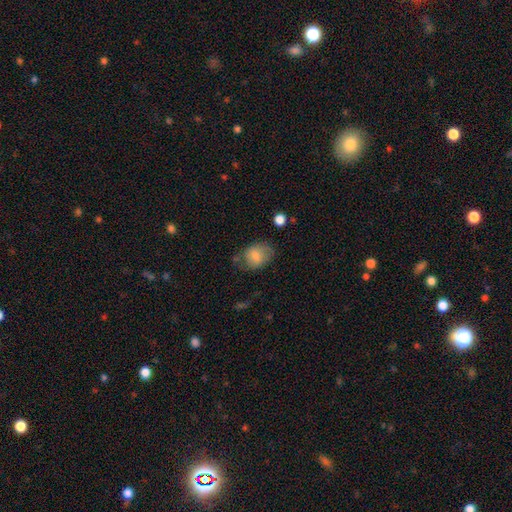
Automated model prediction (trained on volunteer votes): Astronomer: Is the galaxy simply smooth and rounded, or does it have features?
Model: smooth — 74%.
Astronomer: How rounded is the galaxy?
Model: in between — 62% (runner-up: round, 37%).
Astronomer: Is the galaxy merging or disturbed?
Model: none — 56%.